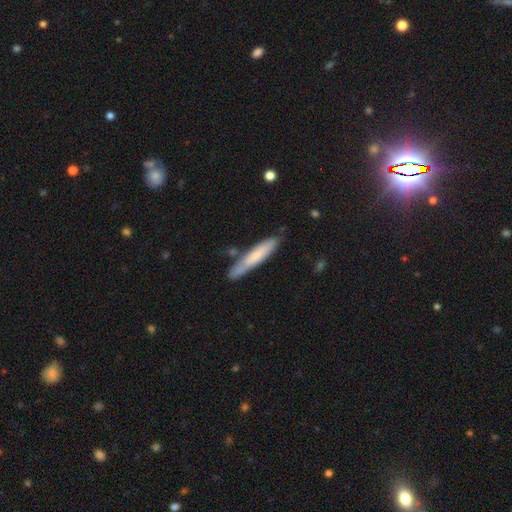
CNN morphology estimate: Q: Smooth or featured?
A: smooth (68%); runner-up: featured or disk (27%)
Q: How rounded?
A: cigar-shaped (89%); runner-up: in between (10%)
Q: Merging?
A: none (73%); runner-up: minor disturbance (17%)